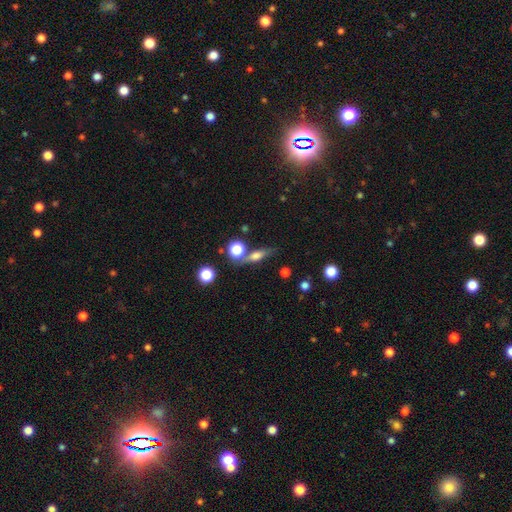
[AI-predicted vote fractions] A smooth galaxy with no disk features (52%) that is cigar-shaped (45%). Merging: none (65%).